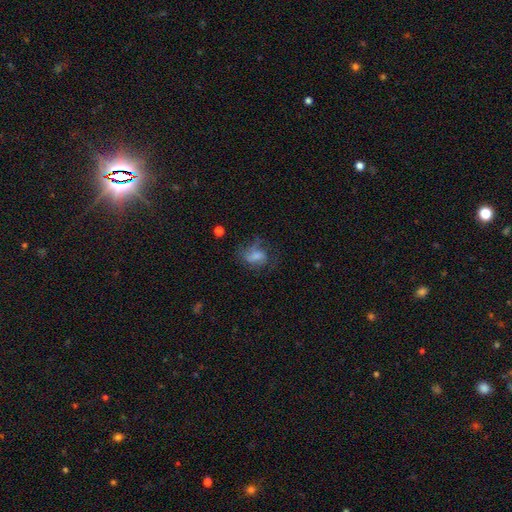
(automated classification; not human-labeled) Smooth or featured? Predicted: smooth (p=0.53). How rounded? Predicted: in between (p=0.69). Merging? Predicted: none (p=0.39).